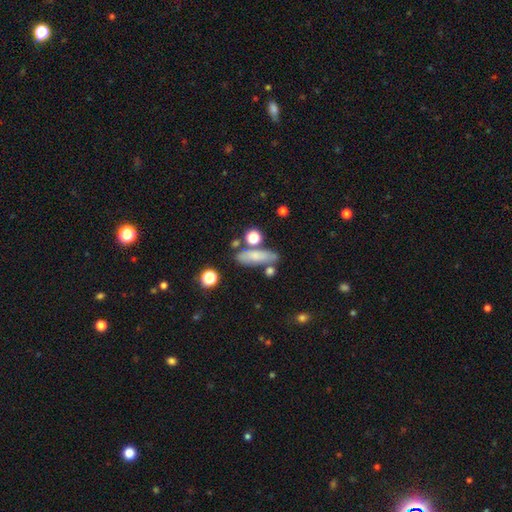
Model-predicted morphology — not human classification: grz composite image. It shows a smooth galaxy with no disk features (72%) that is cigar-shaped (49%). Merging: none (68%).